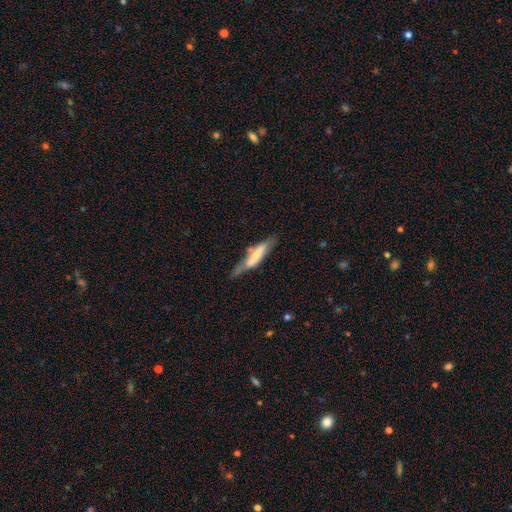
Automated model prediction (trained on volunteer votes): Overall: smooth (50%; featured or disk 43%). How rounded: cigar-shaped (75%). Merging: none (48%; minor disturbance 29%).